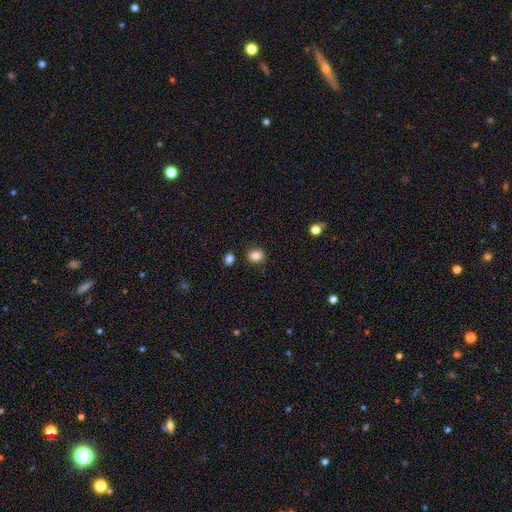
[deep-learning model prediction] smooth_or_featured: smooth (p=0.84) [alt: star or artifact p=0.10]
how_rounded: round (p=0.63) [alt: in between p=0.36]
merging: none (p=0.85) [alt: minor disturbance p=0.09]